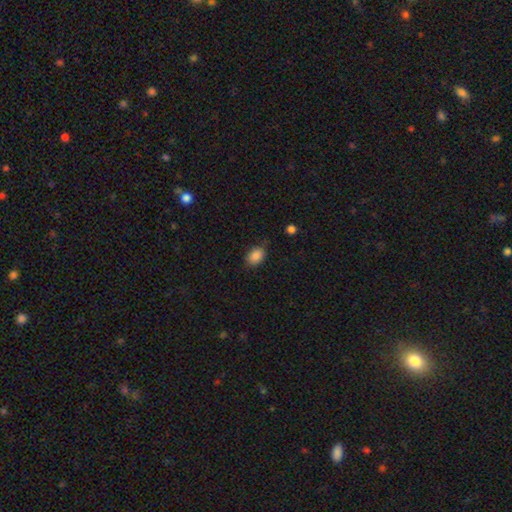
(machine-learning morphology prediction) smooth-or-featured: smooth: 87% | star or artifact: 9% | featured or disk: 4%
  how-rounded: in between: 77% | round: 22% | cigar-shaped: 1%
  merging: none: 78% | minor disturbance: 17% | major disturbance: 3% | merger: 2%